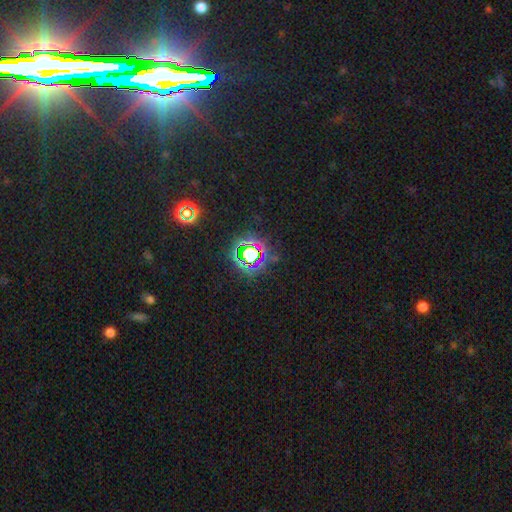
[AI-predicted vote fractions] Smooth or featured? Predicted: star or artifact (p=0.80).